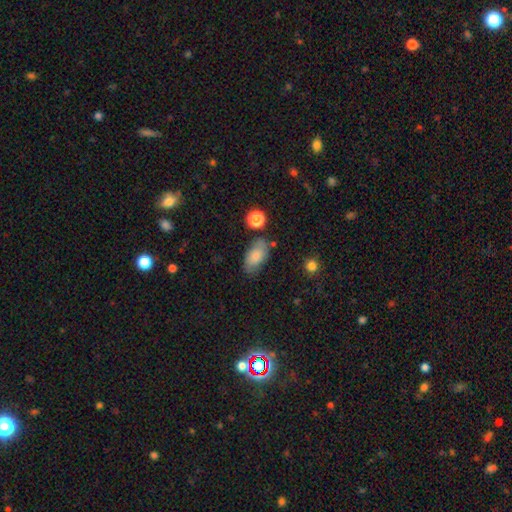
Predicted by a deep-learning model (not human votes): Smooth or featured?
  - smooth: 76% *
  - featured or disk: 15%
  - star or artifact: 9%
How rounded?
  - in between: 92% *
  - round: 5%
  - cigar-shaped: 3%
Merging?
  - none: 70% *
  - minor disturbance: 20%
  - major disturbance: 5%
  - merger: 5%